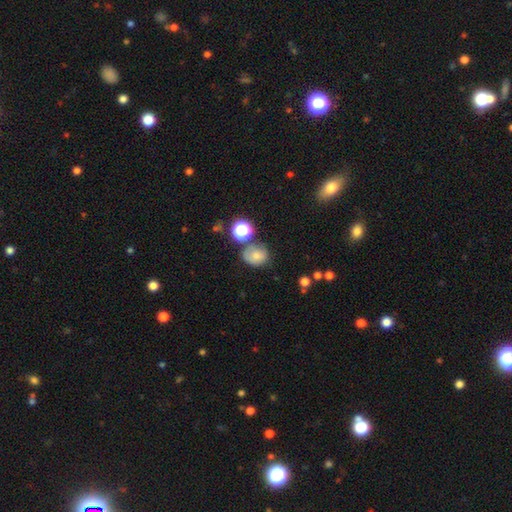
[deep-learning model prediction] smooth 72%, star or artifact 14%, featured or disk 14%. Down the decision tree: how rounded — round (61%); merging — none (56%).